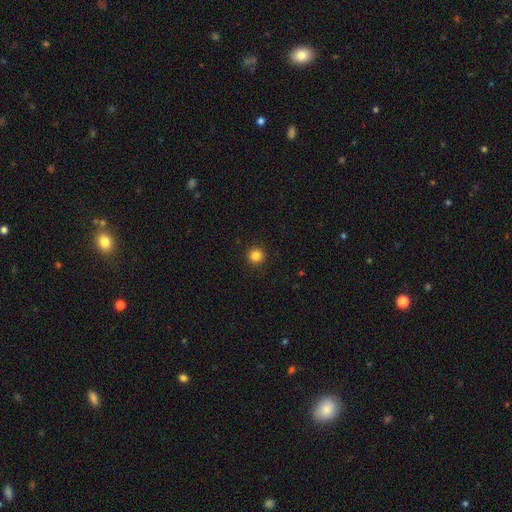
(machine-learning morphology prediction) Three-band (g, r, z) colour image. It shows a smooth galaxy with no disk features (85%) that is round (96%). Merging: none (93%).